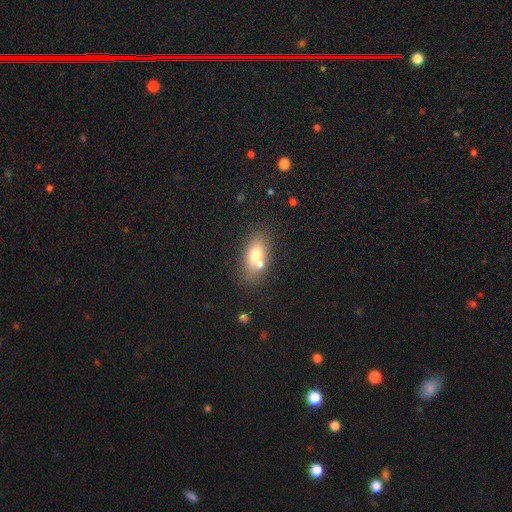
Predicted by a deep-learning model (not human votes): Smooth or featured?
  - smooth: 66% *
  - featured or disk: 24%
  - star or artifact: 10%
How rounded?
  - in between: 82% *
  - round: 14%
  - cigar-shaped: 4%
Merging?
  - none: 53% *
  - merger: 30%
  - minor disturbance: 12%
  - major disturbance: 5%